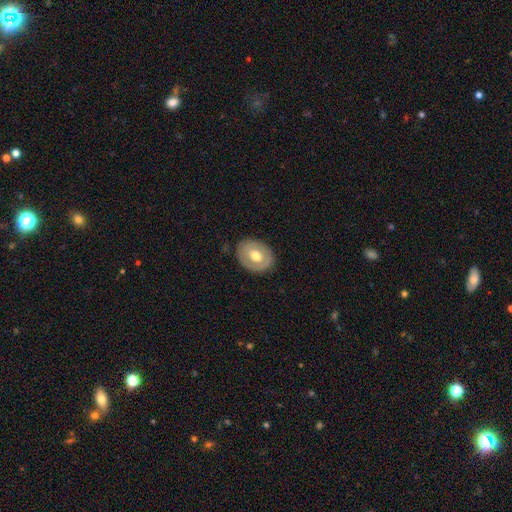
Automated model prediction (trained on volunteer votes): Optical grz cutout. It shows a smooth galaxy with no disk features (51%) that is in between round and cigar-shaped (56%). Merging: none (84%).